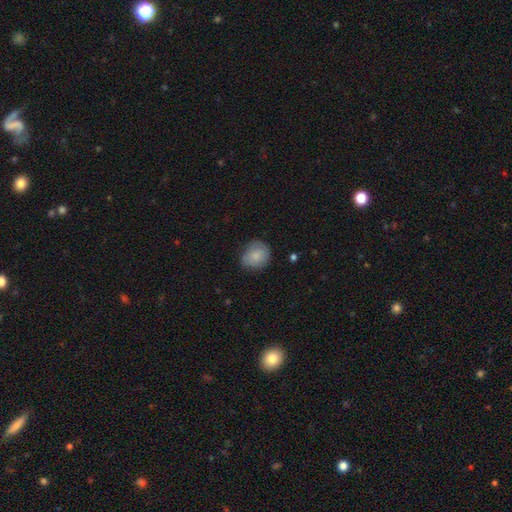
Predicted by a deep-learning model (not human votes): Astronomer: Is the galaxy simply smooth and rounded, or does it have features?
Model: smooth — 81%.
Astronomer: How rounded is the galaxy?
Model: round — 76%.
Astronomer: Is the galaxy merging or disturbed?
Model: none — 70%.